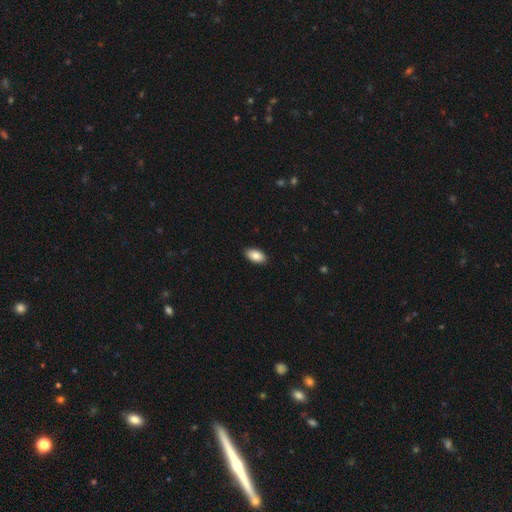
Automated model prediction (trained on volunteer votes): smooth 87%, star or artifact 7%, featured or disk 6%. Down the decision tree: how rounded — in between (95%); merging — none (90%).